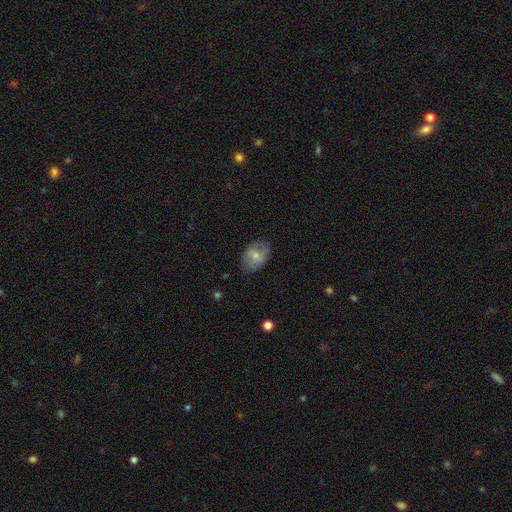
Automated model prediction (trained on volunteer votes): A smooth galaxy with no disk features (67%) that is in between round and cigar-shaped (82%).

Vote fractions:
- Smooth or featured? smooth: 67% / featured or disk: 26% / star or artifact: 7%
- How rounded? in between: 82% / round: 17% / cigar-shaped: 1%
- Merging? none: 76% / minor disturbance: 18% / major disturbance: 5% / merger: 1%